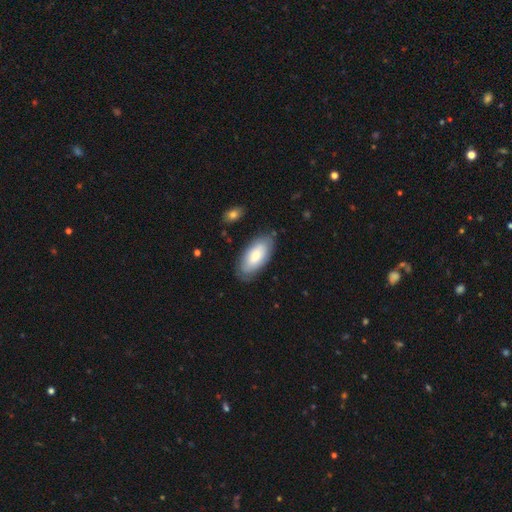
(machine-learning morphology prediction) smooth-or-featured: smooth: 71% | featured or disk: 23% | star or artifact: 6%
  how-rounded: in between: 92% | cigar-shaped: 6% | round: 2%
  merging: none: 81% | minor disturbance: 14% | major disturbance: 3% | merger: 2%